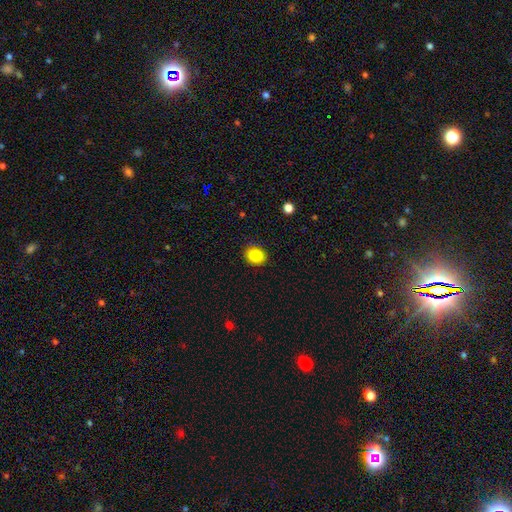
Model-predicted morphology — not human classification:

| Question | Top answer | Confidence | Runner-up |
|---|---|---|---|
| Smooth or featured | smooth | 87% | star or artifact (9%) |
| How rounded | round | 55% | in between (44%) |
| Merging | none | 88% | minor disturbance (9%) |